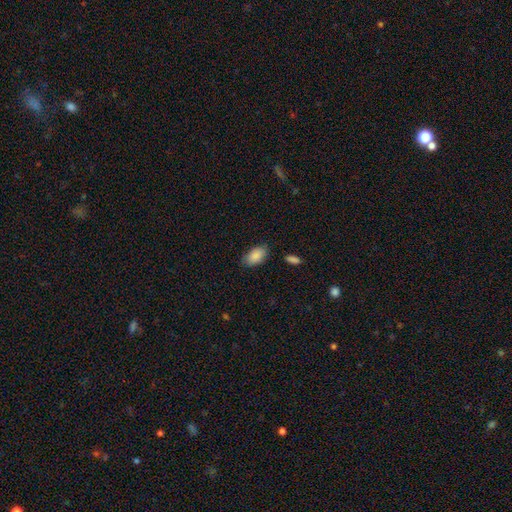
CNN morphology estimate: Overall: smooth (88%). How rounded: in between (93%). Merging: none (80%).